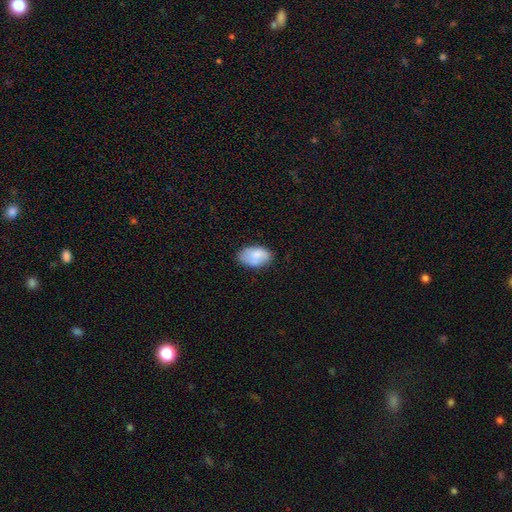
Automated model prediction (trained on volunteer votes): smooth-or-featured: smooth: 79% | featured or disk: 14% | star or artifact: 7%
  how-rounded: in between: 91% | round: 8% | cigar-shaped: 1%
  merging: none: 68% | minor disturbance: 25% | major disturbance: 5% | merger: 2%